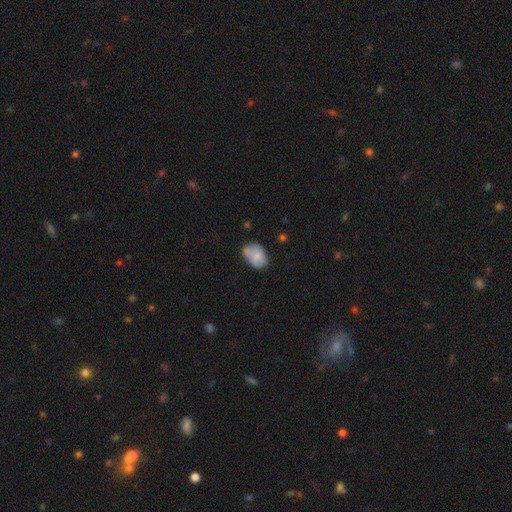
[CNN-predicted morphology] Smooth or featured? Predicted: smooth (p=0.76). How rounded? Predicted: in between (p=0.78). Merging? Predicted: none (p=0.46).